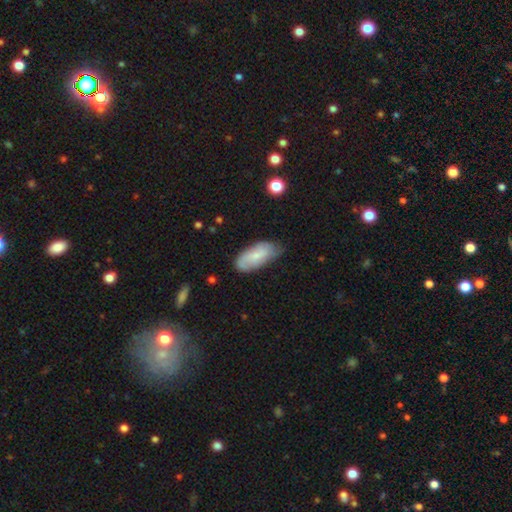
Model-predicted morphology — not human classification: Smooth or featured: smooth — 62% (featured or disk — 31%)
How rounded: in between — 89% (cigar-shaped — 9%)
Merging: none — 58% (minor disturbance — 33%)